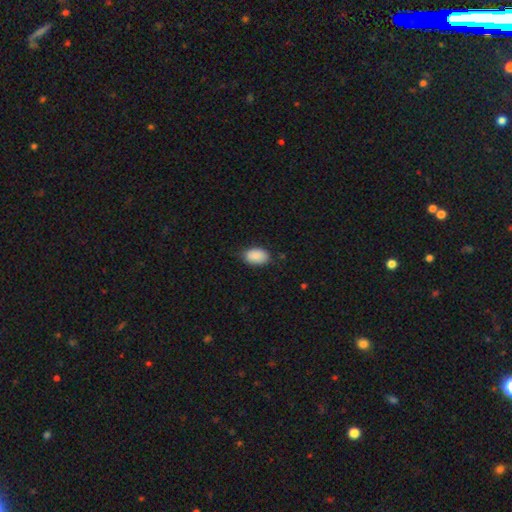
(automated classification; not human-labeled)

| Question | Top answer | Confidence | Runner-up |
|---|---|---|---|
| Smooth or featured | smooth | 90% | star or artifact (7%) |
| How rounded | in between | 91% | round (8%) |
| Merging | none | 79% | minor disturbance (17%) |